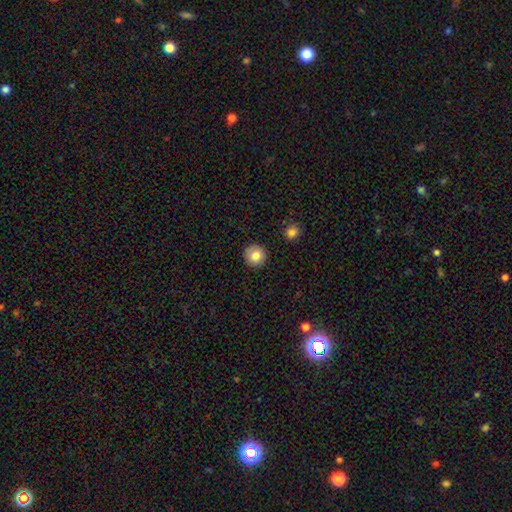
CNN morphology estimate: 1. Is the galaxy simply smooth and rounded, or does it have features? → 83% smooth, 9% star or artifact, 8% featured or disk.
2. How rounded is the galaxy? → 94% round, 5% in between, 1% cigar-shaped.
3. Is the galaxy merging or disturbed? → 90% none, 6% minor disturbance, 2% major disturbance, 2% merger.